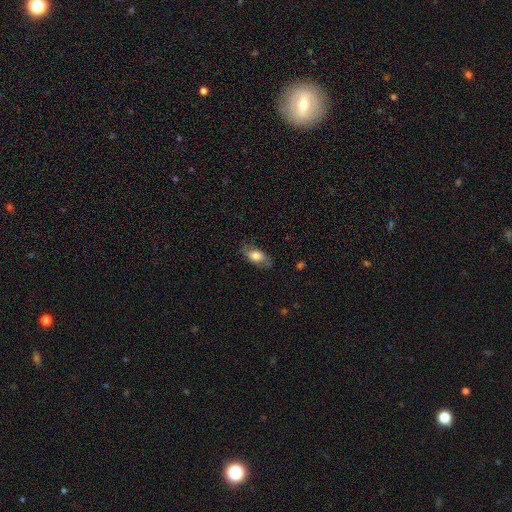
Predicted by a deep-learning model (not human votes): This is likely a smooth galaxy (65%). How rounded: clearly in between (87%). Merging: likely none (68%).